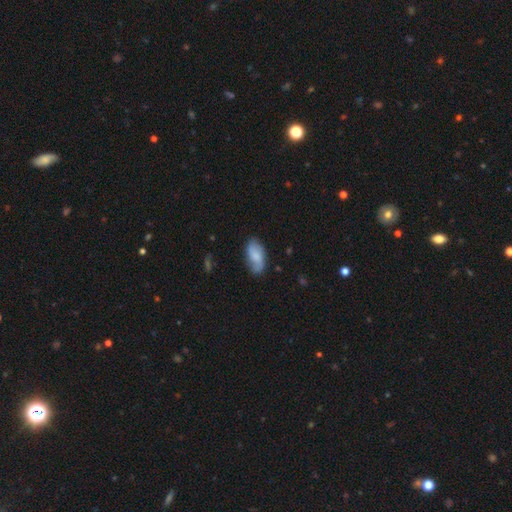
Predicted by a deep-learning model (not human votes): smooth_or_featured: smooth (p=0.59) [alt: featured or disk p=0.34]
how_rounded: in between (p=0.92) [alt: cigar-shaped p=0.04]
merging: none (p=0.70) [alt: minor disturbance p=0.23]